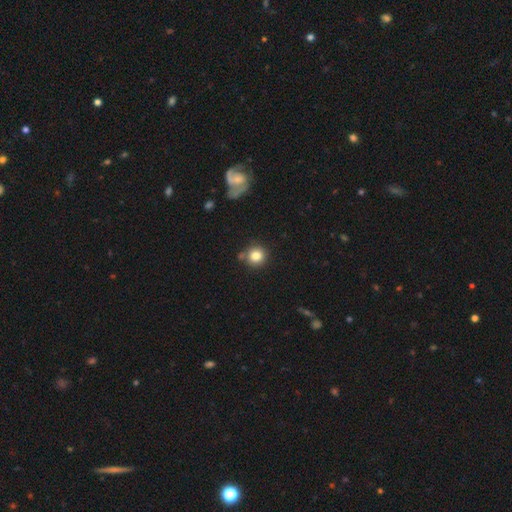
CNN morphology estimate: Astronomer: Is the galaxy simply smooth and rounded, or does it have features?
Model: smooth — 82%.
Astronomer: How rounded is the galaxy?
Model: round — 93%.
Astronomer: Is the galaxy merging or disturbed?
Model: none — 79%.